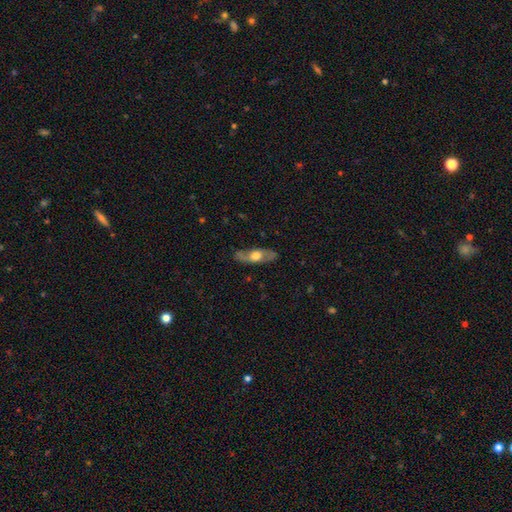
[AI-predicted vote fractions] Overall: featured or disk (58%; smooth 36%). Edge-on disk: no (63%; yes 37%). Merging: none (79%).